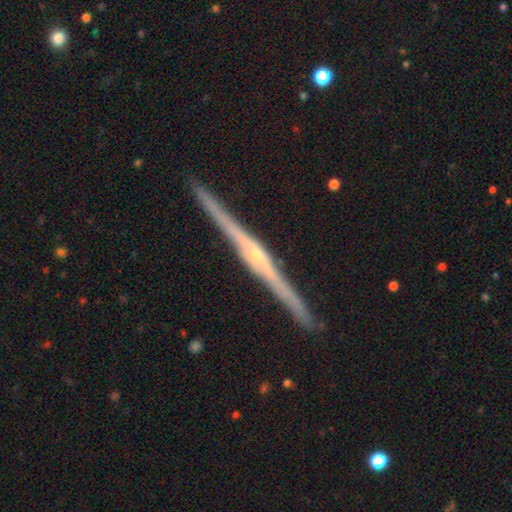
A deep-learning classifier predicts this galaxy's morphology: smooth_or_featured: featured or disk (p=0.89) [alt: smooth p=0.06]
disk_edge_on: yes (p=0.99) [alt: no p=0.01]
edge_on_bulge: rounded (p=0.68) [alt: none p=0.18]
merging: none (p=0.93) [alt: minor disturbance p=0.05]